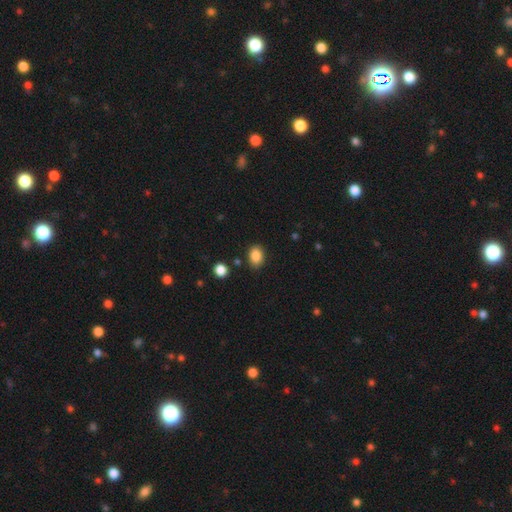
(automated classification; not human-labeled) smooth-or-featured: smooth: 86% | star or artifact: 9% | featured or disk: 5%
  how-rounded: in between: 70% | round: 29% | cigar-shaped: 1%
  merging: none: 84% | minor disturbance: 10% | merger: 3% | major disturbance: 3%